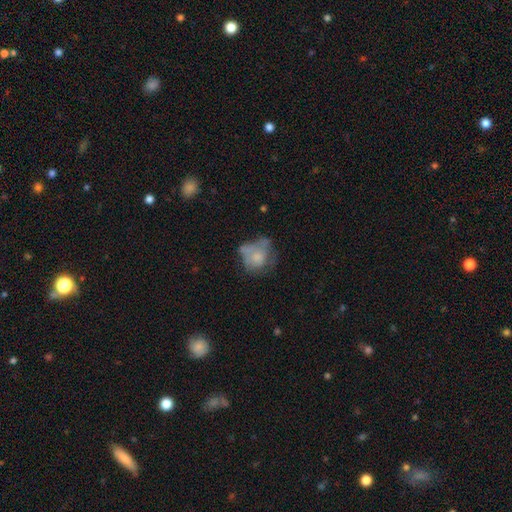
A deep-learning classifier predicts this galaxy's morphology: Q: Smooth or featured?
A: smooth (56%); runner-up: featured or disk (35%)
Q: How rounded?
A: round (61%); runner-up: in between (37%)
Q: Merging?
A: none (30%); runner-up: major disturbance (29%)